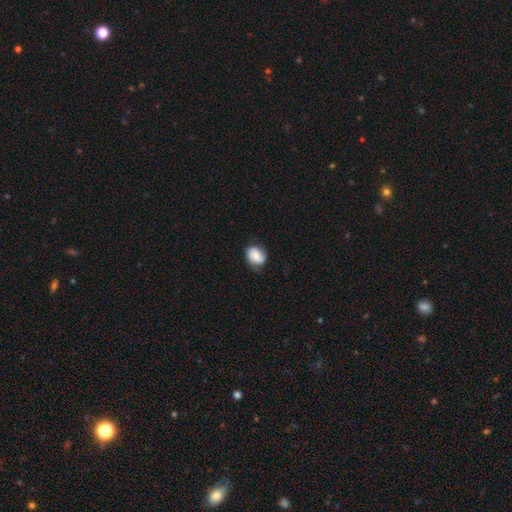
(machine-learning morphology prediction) Smooth or featured? Predicted: smooth (p=0.57). How rounded? Predicted: in between (p=0.55). Merging? Predicted: none (p=0.66).